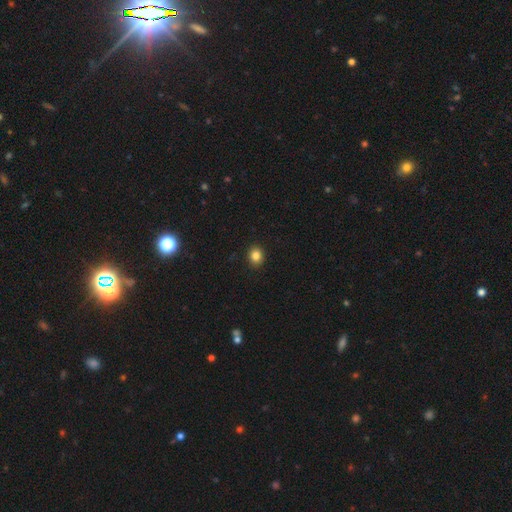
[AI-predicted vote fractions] smooth 85%, star or artifact 11%, featured or disk 5%. Down the decision tree: how rounded — round (67%); merging — none (91%).